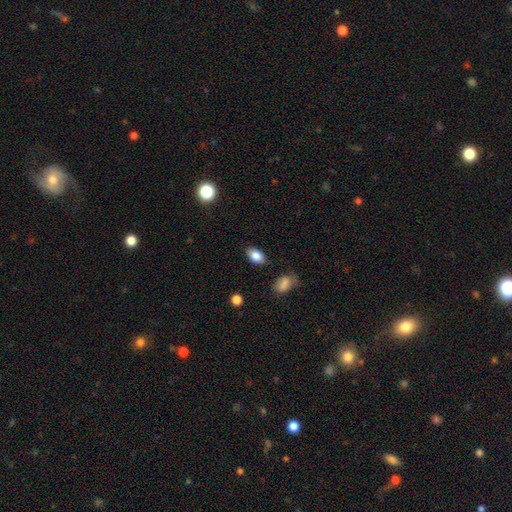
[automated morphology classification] A smooth galaxy with no disk features (85%) that is in between round and cigar-shaped (90%).

Vote fractions:
- Smooth or featured? smooth: 85% / star or artifact: 8% / featured or disk: 7%
- How rounded? in between: 90% / round: 8% / cigar-shaped: 2%
- Merging? none: 84% / minor disturbance: 11% / major disturbance: 3% / merger: 2%